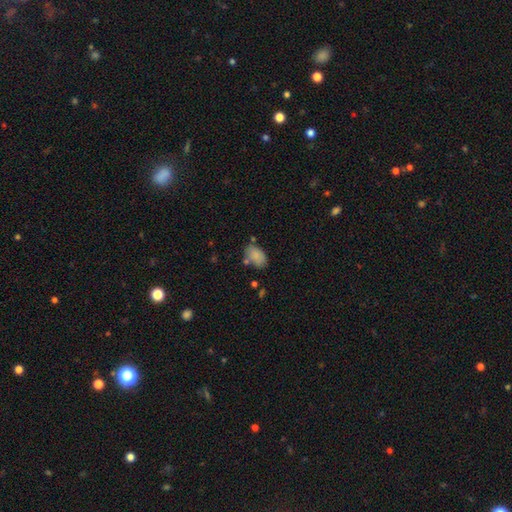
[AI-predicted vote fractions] Smooth or featured?
  - smooth: 85% *
  - star or artifact: 8%
  - featured or disk: 7%
How rounded?
  - in between: 90% *
  - round: 9%
  - cigar-shaped: 1%
Merging?
  - none: 66% *
  - minor disturbance: 19%
  - merger: 10%
  - major disturbance: 5%